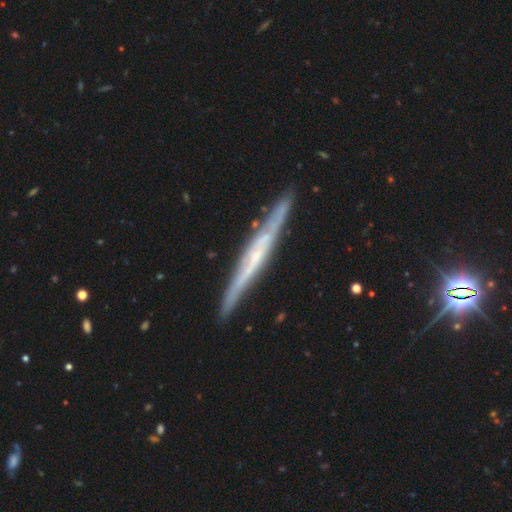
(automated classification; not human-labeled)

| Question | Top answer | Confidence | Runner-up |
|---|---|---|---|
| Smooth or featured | featured or disk | 76% | smooth (18%) |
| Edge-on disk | yes | 95% | no (5%) |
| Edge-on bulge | none | 57% | rounded (30%) |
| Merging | none | 87% | minor disturbance (9%) |